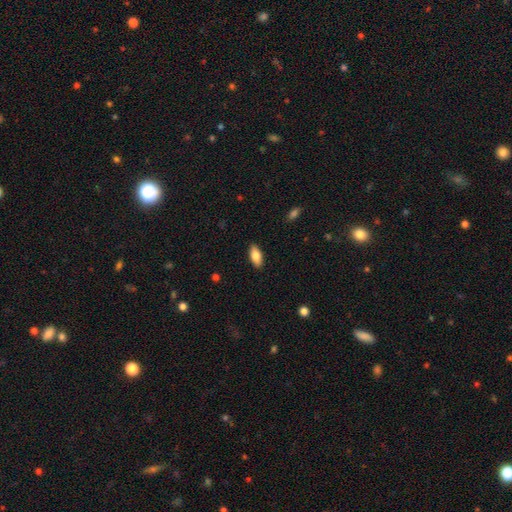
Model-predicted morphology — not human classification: This appears to be a smooth galaxy with no disk features (81%) that is in between round and cigar-shaped (86%). Merging: none (89%).